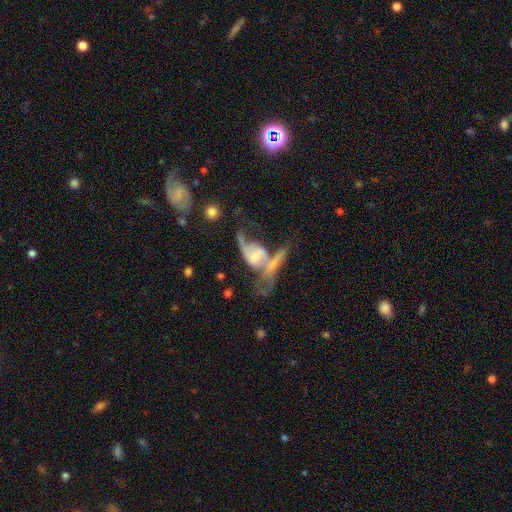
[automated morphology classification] This is likely a featured or disk galaxy (75%). It is clearly not viewed edge-on (88%). Bar: possibly no (45%). Spiral arm pattern: clearly yes (83%). Spiral arm count: clearly 2 (80%). Spiral winding: likely loose (64%). Central bulge: marginally small (33%). Merging: possibly merger (48%).